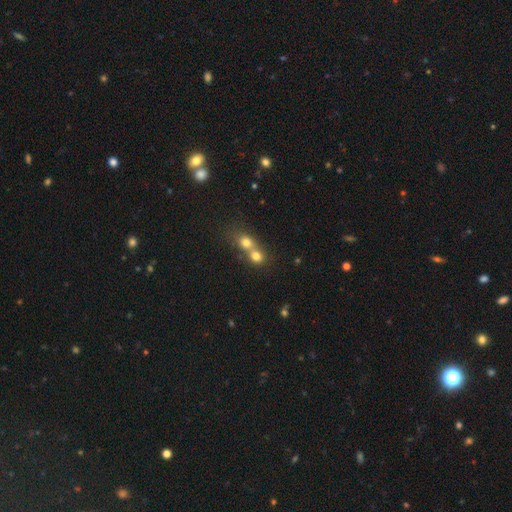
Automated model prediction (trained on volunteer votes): Smooth or featured?
  - smooth: 74% *
  - featured or disk: 14%
  - star or artifact: 12%
How rounded?
  - round: 70% *
  - in between: 28%
  - cigar-shaped: 2%
Merging?
  - merger: 68% *
  - none: 25%
  - minor disturbance: 5%
  - major disturbance: 3%